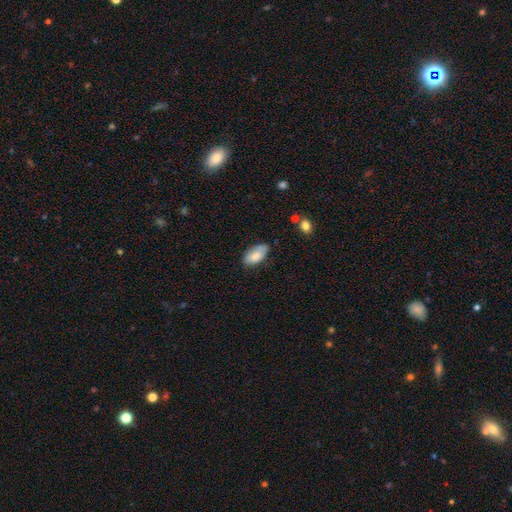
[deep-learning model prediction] This appears to be a smooth galaxy with no disk features (79%) that is in between round and cigar-shaped (94%). Merging: none (67%).